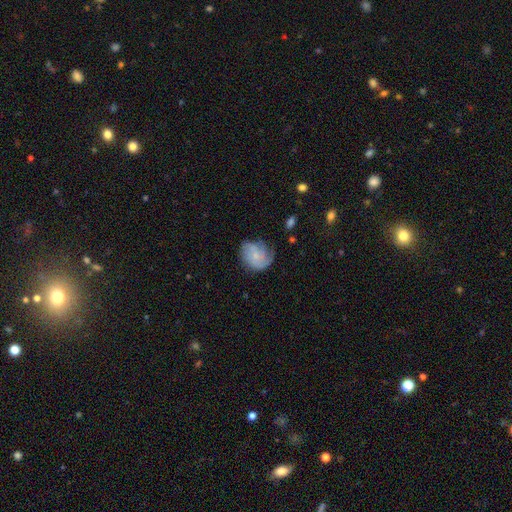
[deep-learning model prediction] This appears to be a featured or disk galaxy (51%). Merging: none (55%).